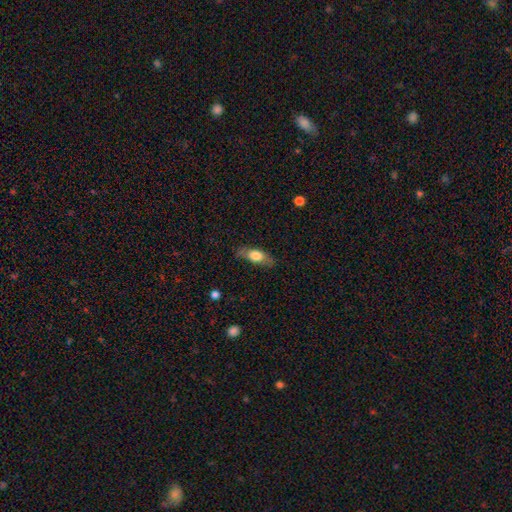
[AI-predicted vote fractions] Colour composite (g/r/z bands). It shows a smooth galaxy with no disk features (64%) that is in between round and cigar-shaped (69%). Merging: none (71%).